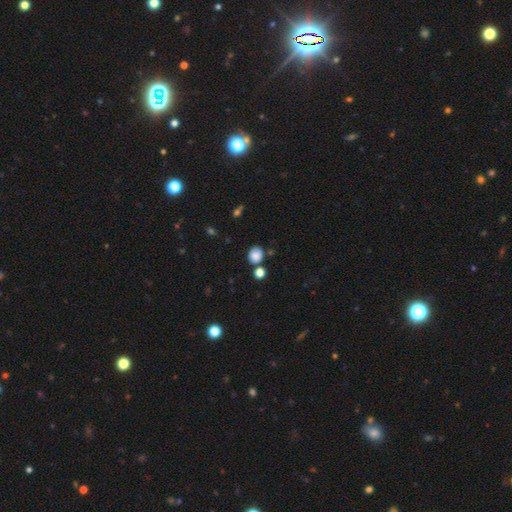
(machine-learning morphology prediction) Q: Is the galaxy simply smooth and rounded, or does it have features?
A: smooth — 82%.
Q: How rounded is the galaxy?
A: round — 73%.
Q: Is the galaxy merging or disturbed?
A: none — 70%.